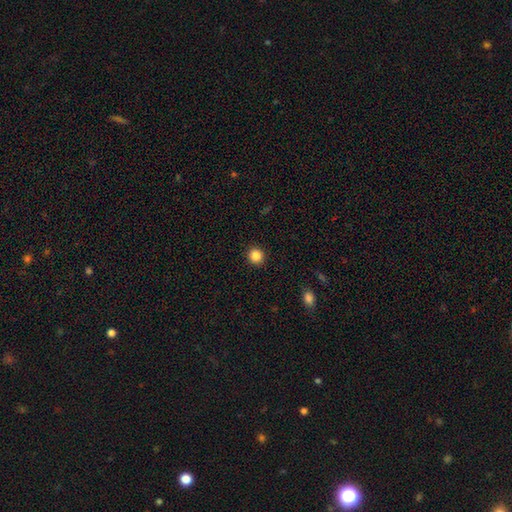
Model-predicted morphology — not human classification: Overall: smooth (86%). How rounded: round (92%). Merging: none (93%).